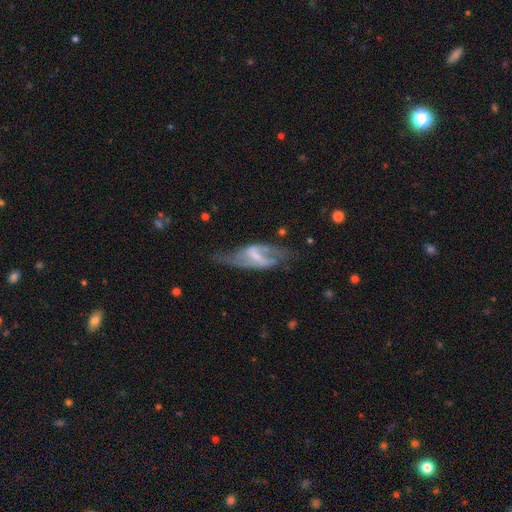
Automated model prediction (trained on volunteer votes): Smooth or featured? Predicted: featured or disk (p=0.79). Edge-on disk? Predicted: no (p=0.91). Bar? Predicted: strong (p=0.53). Spiral arms? Predicted: yes (p=0.83). Spiral winding? Predicted: loose (p=0.53). Spiral arm count? Predicted: 2 (p=0.84). Bulge size? Predicted: small (p=0.37). Merging? Predicted: none (p=0.53).